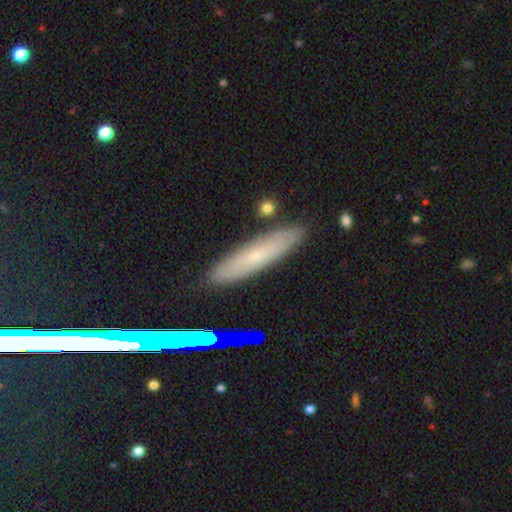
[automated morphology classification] Smooth or featured? Predicted: smooth (p=0.57). How rounded? Predicted: cigar-shaped (p=0.78). Merging? Predicted: none (p=0.87).